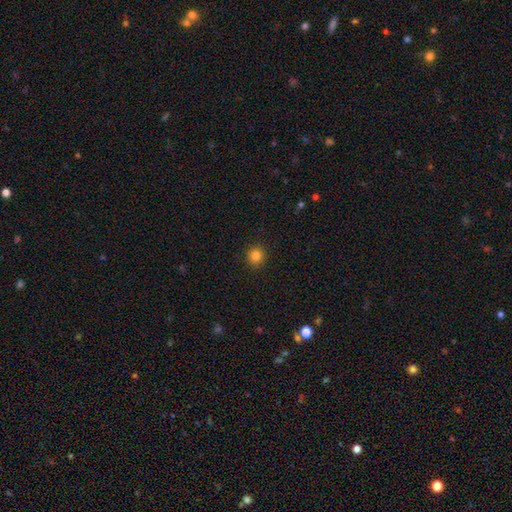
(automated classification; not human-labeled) Smooth or featured? Predicted: smooth (p=0.83). How rounded? Predicted: round (p=0.90). Merging? Predicted: none (p=0.92).